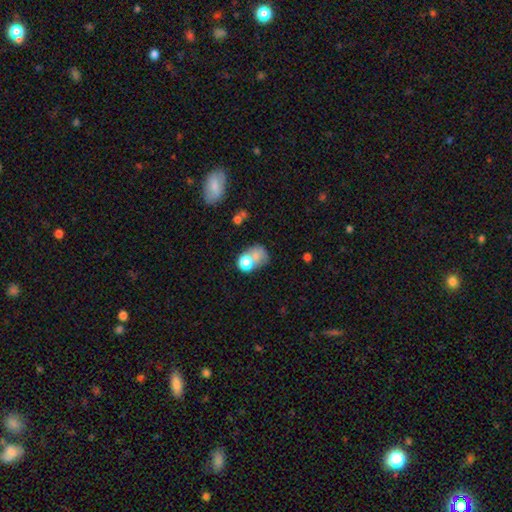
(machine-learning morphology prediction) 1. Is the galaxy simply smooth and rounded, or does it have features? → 67% smooth, 20% featured or disk, 14% star or artifact.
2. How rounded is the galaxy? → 50% round, 49% in between, 1% cigar-shaped.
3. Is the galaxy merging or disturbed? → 36% merger, 30% none, 17% major disturbance, 17% minor disturbance.